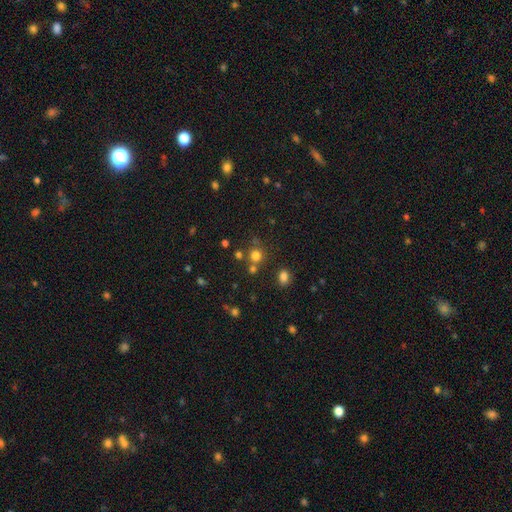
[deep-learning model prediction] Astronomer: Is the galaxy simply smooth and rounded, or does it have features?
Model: smooth — 73%.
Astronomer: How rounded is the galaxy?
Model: round — 89%.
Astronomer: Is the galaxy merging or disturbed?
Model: none — 70%.